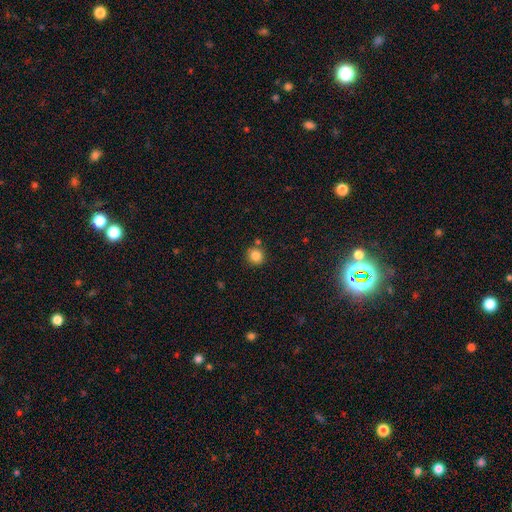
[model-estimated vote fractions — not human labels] smooth_or_featured: smooth (p=0.84) [alt: star or artifact p=0.11]
how_rounded: round (p=0.91) [alt: in between p=0.08]
merging: none (p=0.81) [alt: minor disturbance p=0.09]